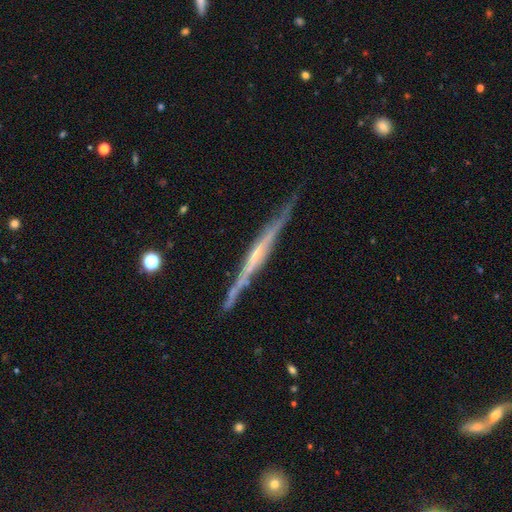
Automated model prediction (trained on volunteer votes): Morphology: type=featured or disk (78%); edge-on=yes (96%); edge-on bulge=none (57%); merging=none (80%).